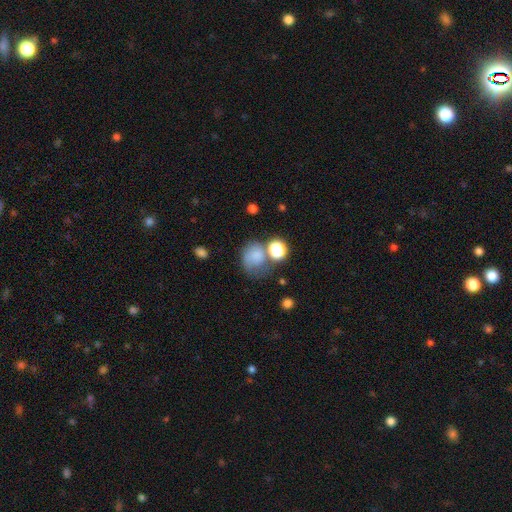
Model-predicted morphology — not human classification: A smooth galaxy with no disk features (69%) that is round (66%). Merging: none (36%).